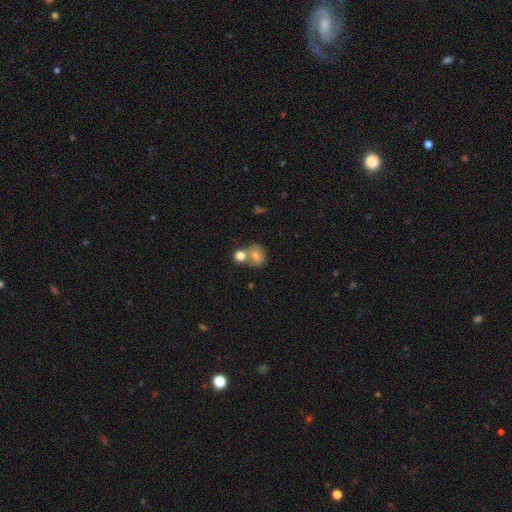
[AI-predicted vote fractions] This is likely a smooth galaxy (75%). How rounded: likely round (70%). Merging: possibly merger (53%).